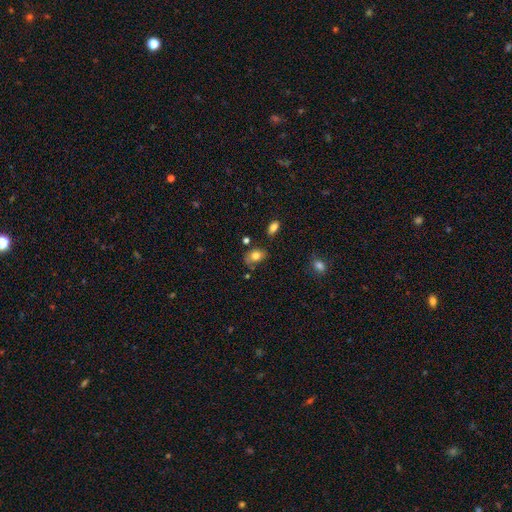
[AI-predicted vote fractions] Smooth or featured? Predicted: smooth (p=0.75). How rounded? Predicted: in between (p=0.78). Merging? Predicted: none (p=0.64).